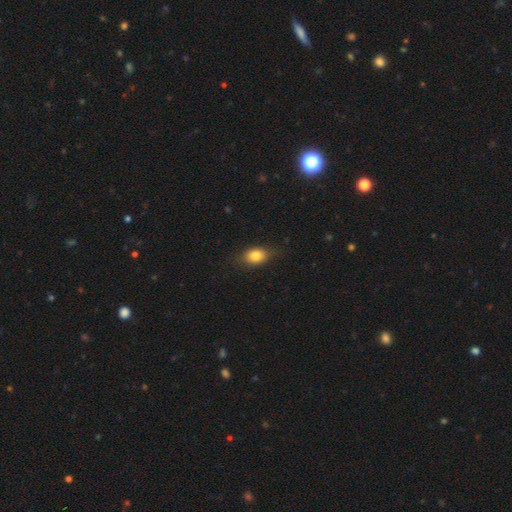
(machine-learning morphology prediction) This is likely a smooth galaxy (79%). How rounded: likely in between (72%). Merging: likely none (75%).